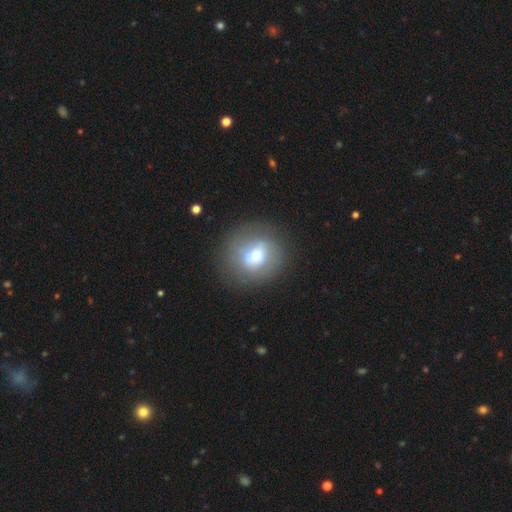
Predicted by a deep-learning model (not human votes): The model was most divided on "smooth or featured": smooth: 56%, featured or disk: 35%, star or artifact: 10%. More confident: how rounded — round (86%); merging — none (80%).